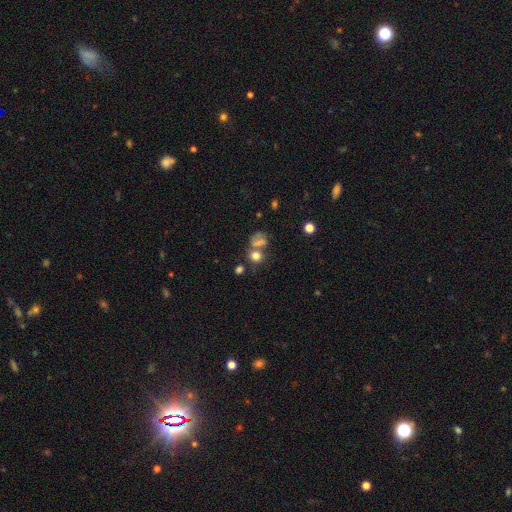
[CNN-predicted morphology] This appears to be a smooth galaxy with no disk features (70%) that is round (69%). Merging: none (42%).